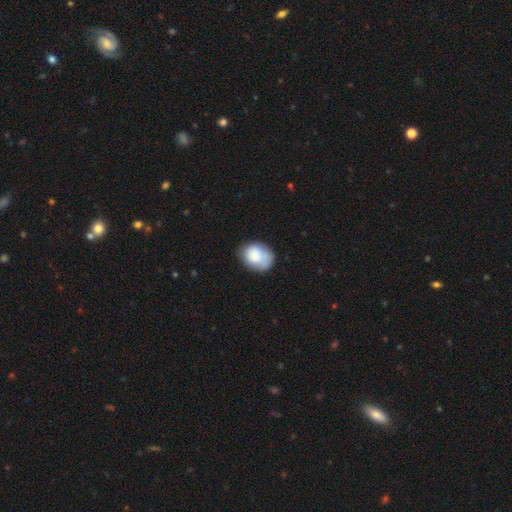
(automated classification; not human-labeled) smooth-or-featured: smooth: 82% | featured or disk: 11% | star or artifact: 7%
  how-rounded: in between: 59% | round: 40% | cigar-shaped: 1%
  merging: none: 62% | minor disturbance: 26% | major disturbance: 8% | merger: 5%